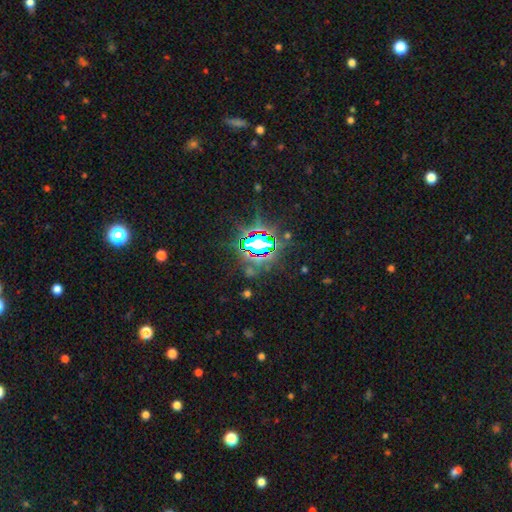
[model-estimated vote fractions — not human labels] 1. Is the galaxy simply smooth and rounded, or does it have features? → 83% star or artifact, 10% smooth, 7% featured or disk.